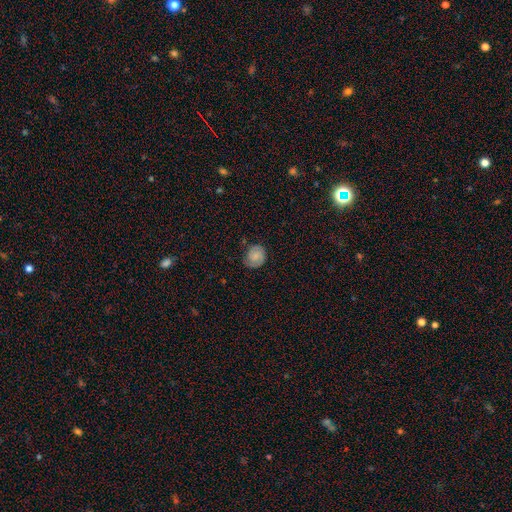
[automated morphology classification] The model was most divided on "smooth or featured": featured or disk: 48%, smooth: 43%, star or artifact: 9%. More confident: merging — none (74%).